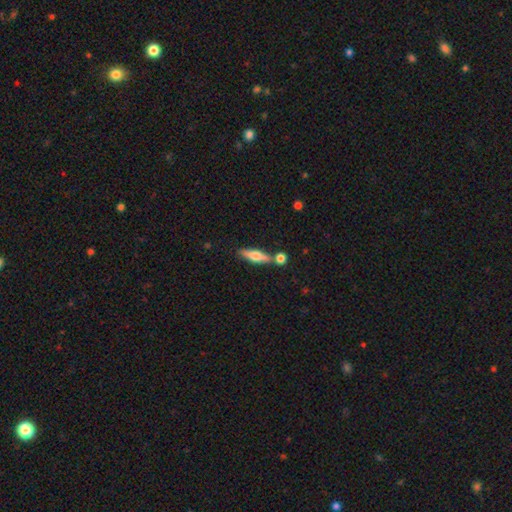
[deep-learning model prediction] Overall: smooth (49%; featured or disk 45%). Merging: none (70%).